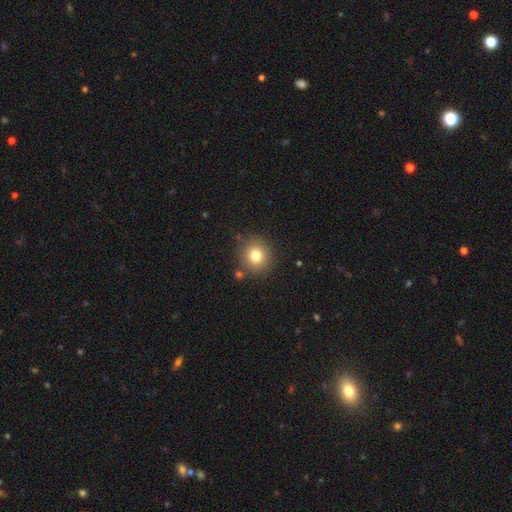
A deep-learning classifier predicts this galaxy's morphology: Smooth or featured? smooth (79%)
How rounded? round (89%)
Merging? none (85%)